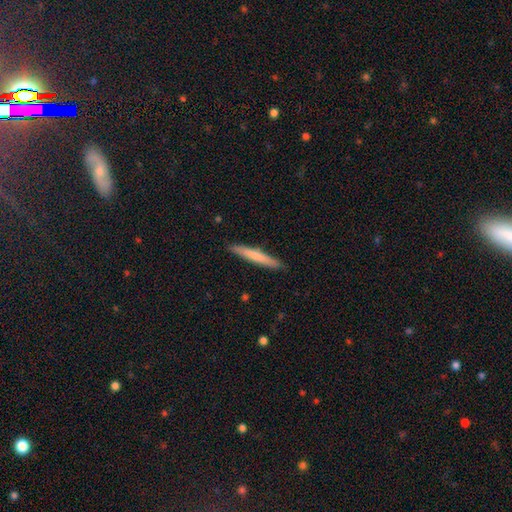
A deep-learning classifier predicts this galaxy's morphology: The model was most divided on "smooth or featured": smooth: 69%, featured or disk: 26%, star or artifact: 5%. More confident: how rounded — cigar-shaped (96%); merging — none (90%).